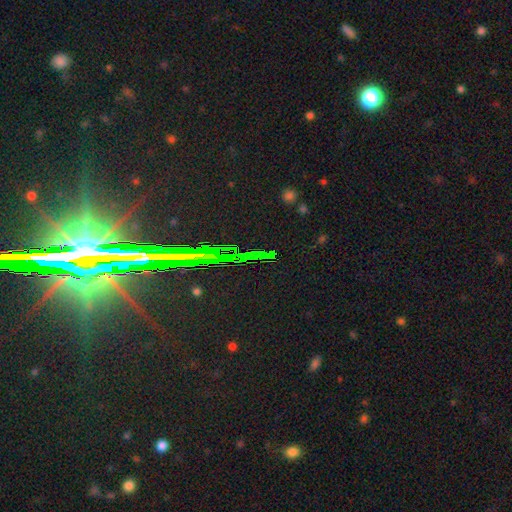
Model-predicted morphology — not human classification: This appears to be a star or artifact, not a galaxy (79%).